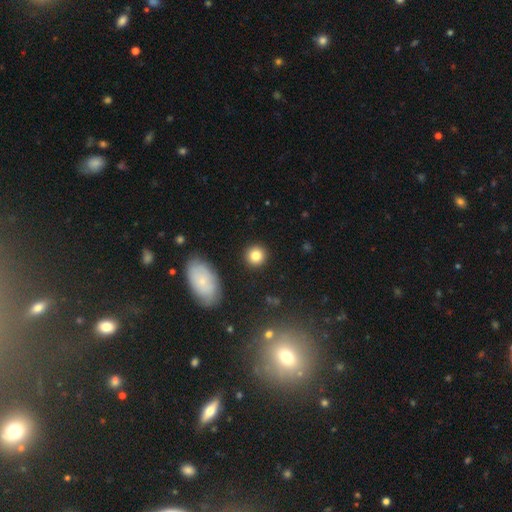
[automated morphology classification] The model was most divided on "smooth or featured": smooth: 82%, star or artifact: 10%, featured or disk: 8%. More confident: how rounded — round (91%); merging — none (89%).